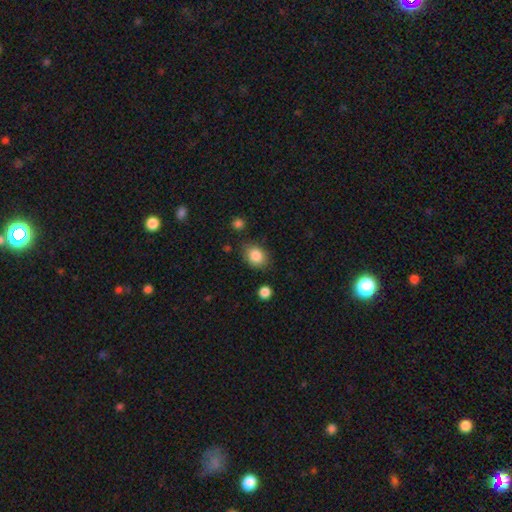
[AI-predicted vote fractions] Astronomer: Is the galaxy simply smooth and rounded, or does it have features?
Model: smooth — 86%.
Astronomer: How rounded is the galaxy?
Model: in between — 59% (runner-up: round, 40%).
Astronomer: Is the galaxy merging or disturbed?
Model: none — 78%.